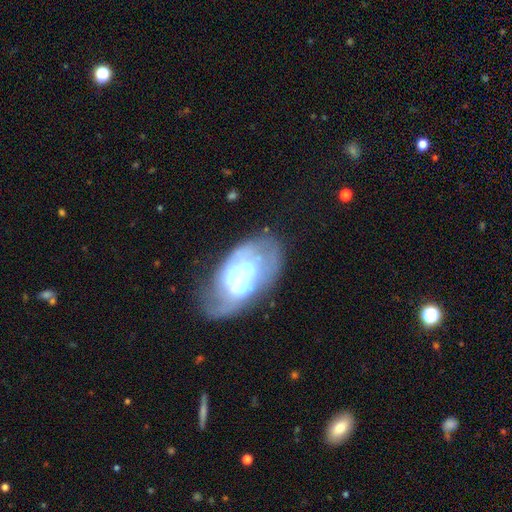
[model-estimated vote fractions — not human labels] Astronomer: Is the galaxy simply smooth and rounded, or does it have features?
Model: featured or disk — 71%.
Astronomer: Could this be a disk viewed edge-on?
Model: no — 95%.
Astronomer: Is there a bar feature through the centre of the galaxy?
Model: no — 44% (runner-up: weak, 38%).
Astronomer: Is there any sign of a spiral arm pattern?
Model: yes — 73%.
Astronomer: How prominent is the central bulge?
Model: moderate — 47% (runner-up: small, 24%).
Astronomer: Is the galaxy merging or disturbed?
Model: none — 54%.